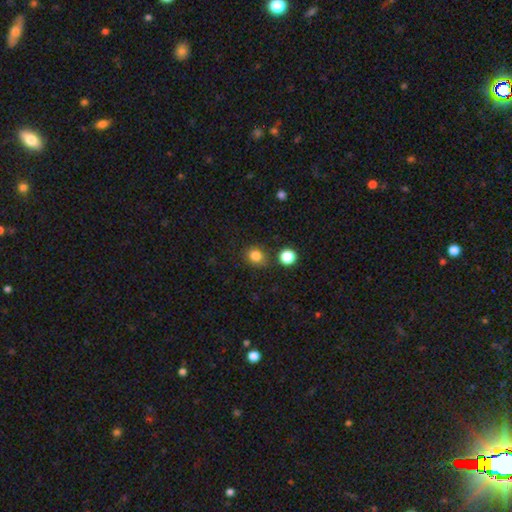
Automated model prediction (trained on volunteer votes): This appears to be a smooth galaxy with no disk features (83%) that is round (77%). Merging: none (80%).